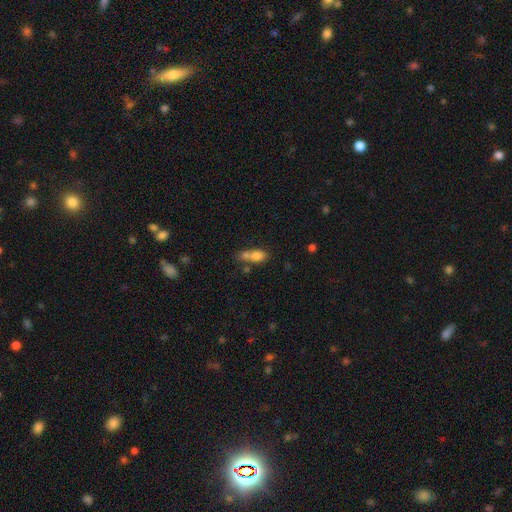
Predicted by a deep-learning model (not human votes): A smooth galaxy with no disk features (75%) that is in between round and cigar-shaped (76%).

Vote fractions:
- Smooth or featured? smooth: 75% / featured or disk: 14% / star or artifact: 11%
- How rounded? in between: 76% / round: 14% / cigar-shaped: 10%
- Merging? merger: 53% / none: 29% / minor disturbance: 12% / major disturbance: 7%